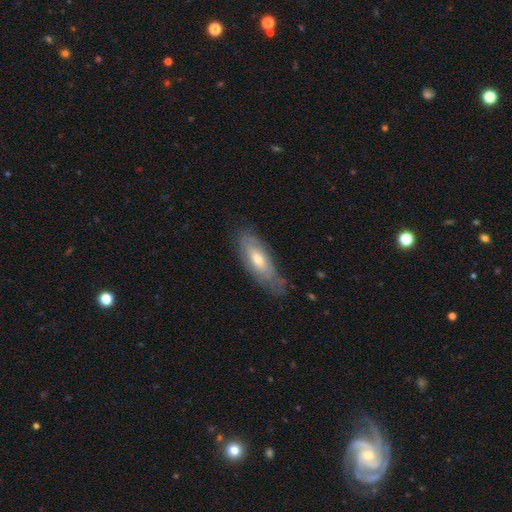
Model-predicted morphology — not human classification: featured or disk 47%, smooth 44%, star or artifact 9%. Down the decision tree: merging — none (73%).